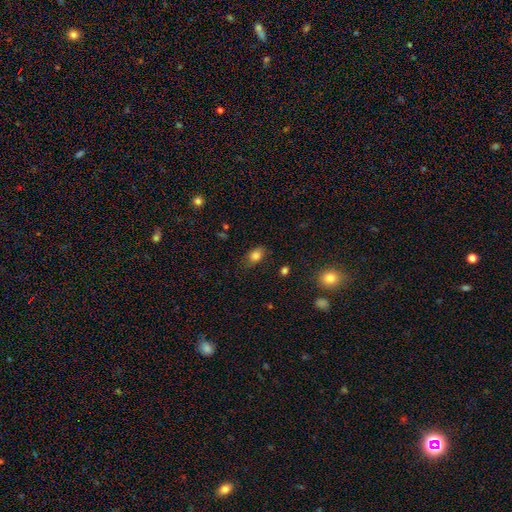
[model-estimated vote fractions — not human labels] This appears to be a smooth galaxy with no disk features (82%) that is in between round and cigar-shaped (78%). Merging: none (72%).